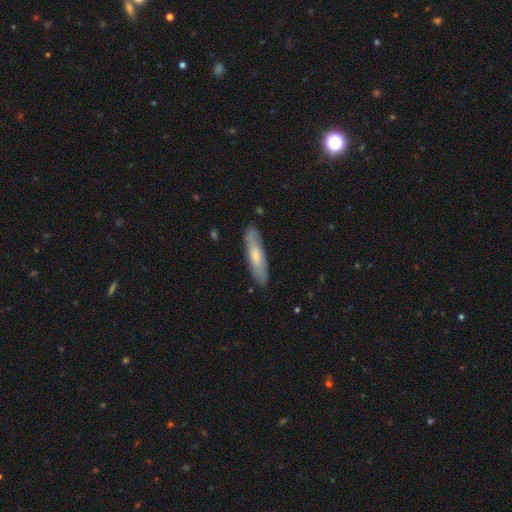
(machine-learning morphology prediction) smooth 61%, featured or disk 33%, star or artifact 5%. Down the decision tree: how rounded — cigar-shaped (75%); merging — none (84%).